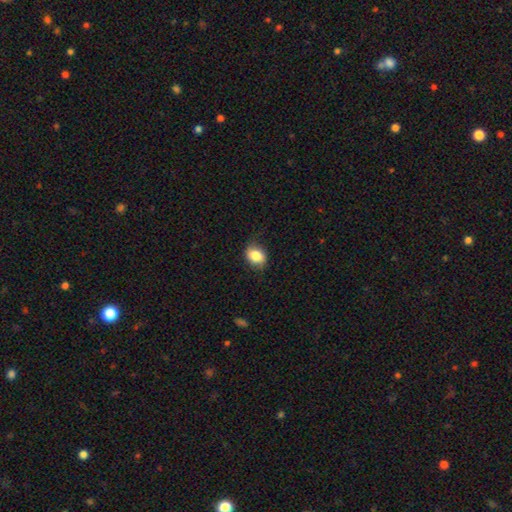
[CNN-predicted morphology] Q: Smooth or featured?
A: smooth (83%); runner-up: featured or disk (9%)
Q: How rounded?
A: in between (61%); runner-up: round (38%)
Q: Merging?
A: none (76%); runner-up: minor disturbance (18%)